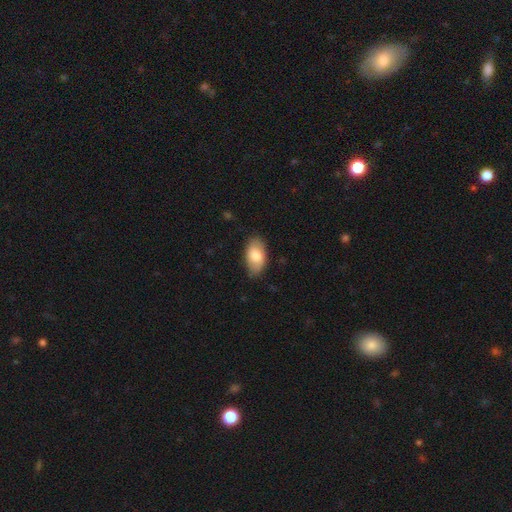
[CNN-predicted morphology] Smooth or featured? smooth (80%)
How rounded? in between (94%)
Merging? none (79%)